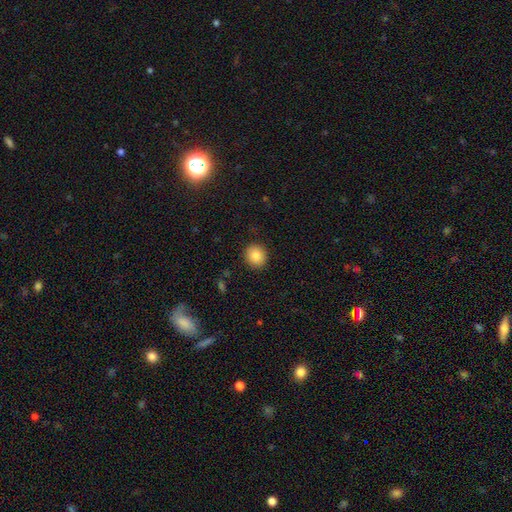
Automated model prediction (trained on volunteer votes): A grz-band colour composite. It shows a smooth galaxy with no disk features (85%) that is round (81%). Merging: none (90%).